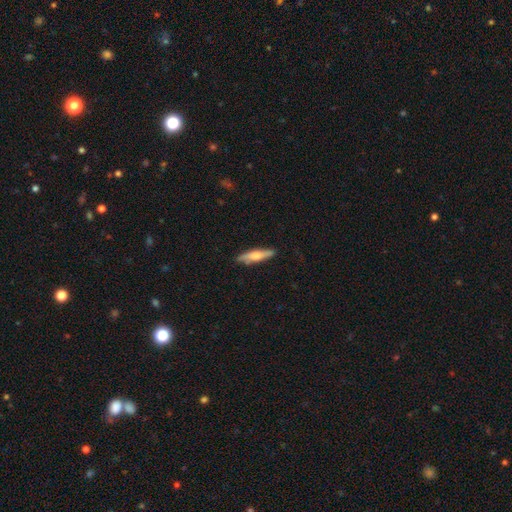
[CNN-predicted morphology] Smooth or featured? Predicted: smooth (p=0.54). How rounded? Predicted: cigar-shaped (p=0.80). Merging? Predicted: none (p=0.84).